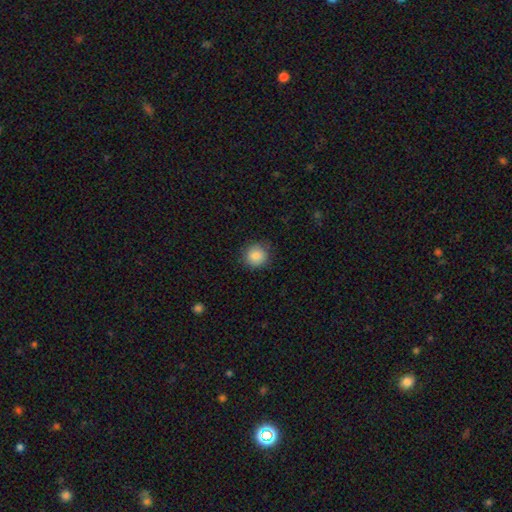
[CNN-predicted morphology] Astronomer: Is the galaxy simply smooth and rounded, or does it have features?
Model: smooth — 86%.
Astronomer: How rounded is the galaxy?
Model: round — 90%.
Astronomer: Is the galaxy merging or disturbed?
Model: none — 84%.